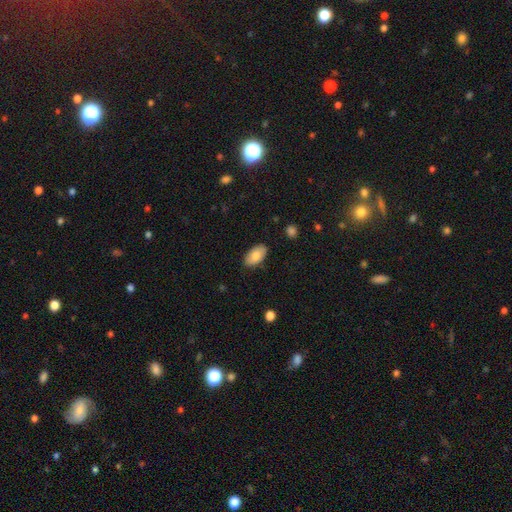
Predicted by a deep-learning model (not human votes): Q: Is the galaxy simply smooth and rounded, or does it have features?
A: smooth — 79%.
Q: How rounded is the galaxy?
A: in between — 95%.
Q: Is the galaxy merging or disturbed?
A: none — 84%.